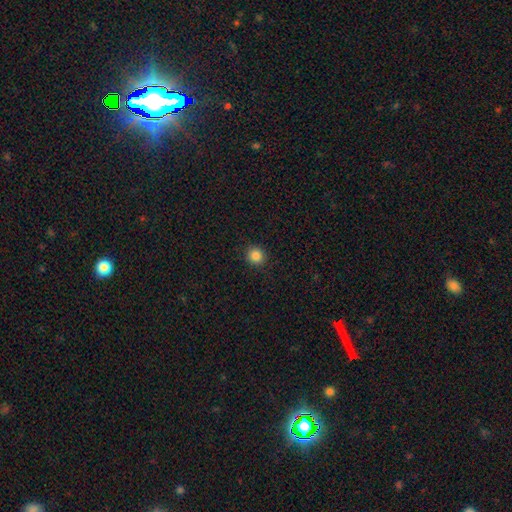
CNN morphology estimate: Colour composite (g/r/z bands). It shows a smooth galaxy with no disk features (85%) that is round (89%). Merging: none (92%).